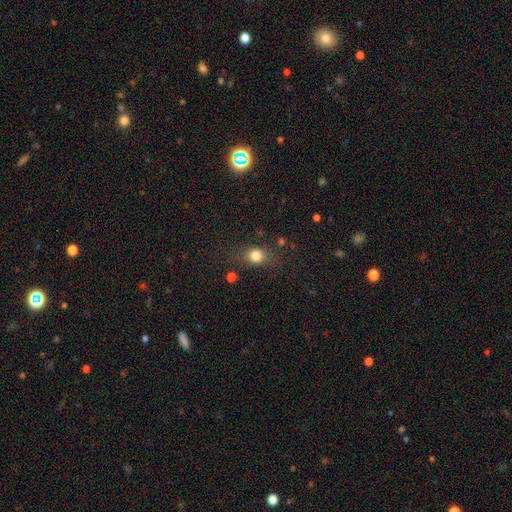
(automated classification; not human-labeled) This is likely a smooth galaxy (79%). How rounded: likely round (61%). Merging: likely none (73%).